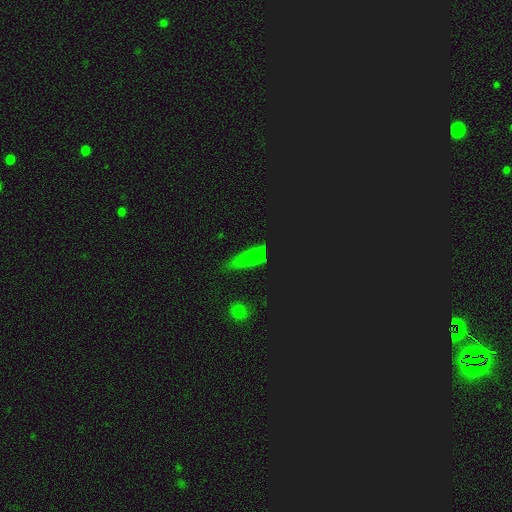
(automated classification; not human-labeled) Smooth or featured: star or artifact — 53% (smooth — 35%)